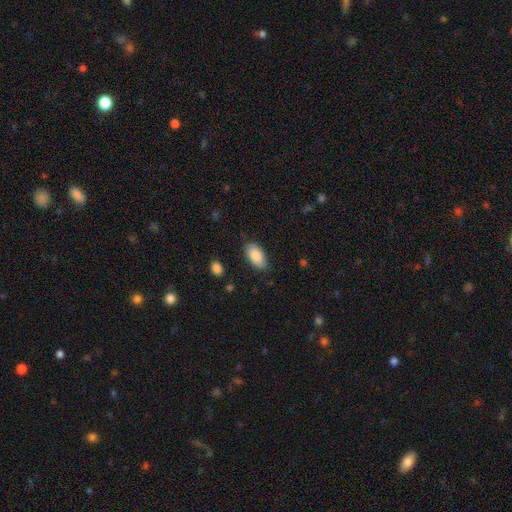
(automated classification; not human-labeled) The model was most divided on "merging": none: 82%, minor disturbance: 14%, major disturbance: 3%, merger: 1%. More confident: how rounded — in between (94%); smooth or featured — smooth (87%).